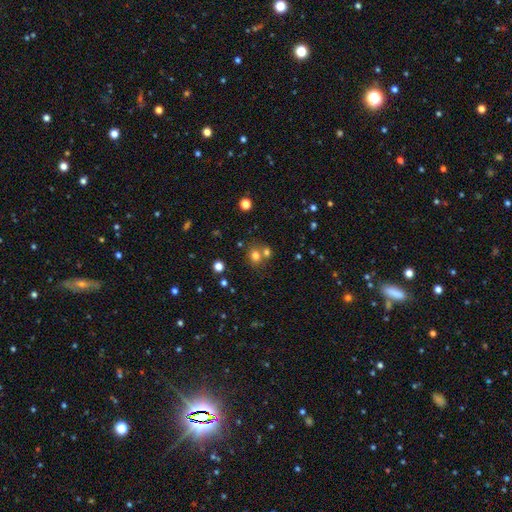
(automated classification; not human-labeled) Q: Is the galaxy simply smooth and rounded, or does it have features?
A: smooth — 74%.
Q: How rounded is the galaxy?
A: round — 71%.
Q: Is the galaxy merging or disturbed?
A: none — 53%.